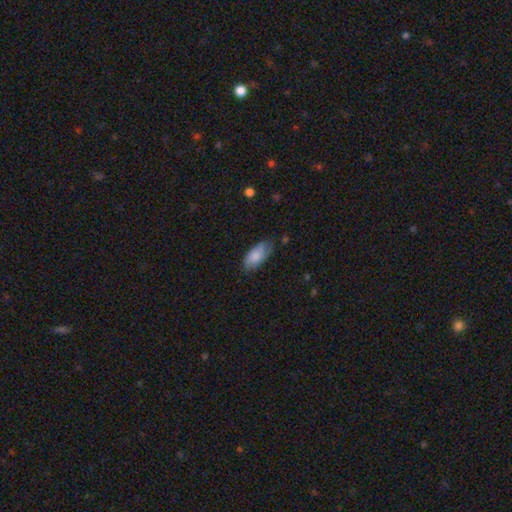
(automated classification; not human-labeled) A smooth galaxy with no disk features (79%) that is in between round and cigar-shaped (91%). Merging: none (67%).